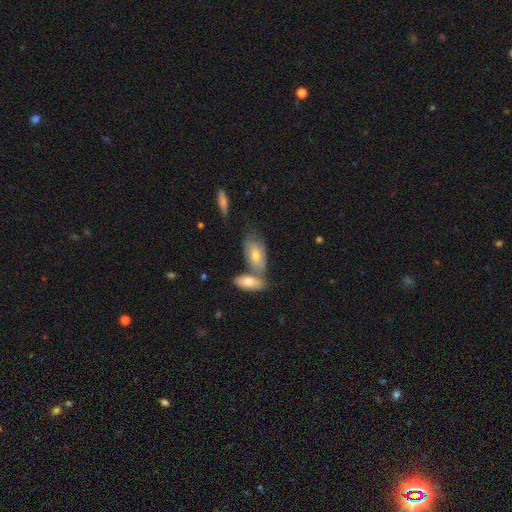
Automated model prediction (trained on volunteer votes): The model was most divided on "merging": merger: 42%, none: 39%, minor disturbance: 14%, major disturbance: 5%. More confident: how rounded — in between (84%); smooth or featured — smooth (54%).